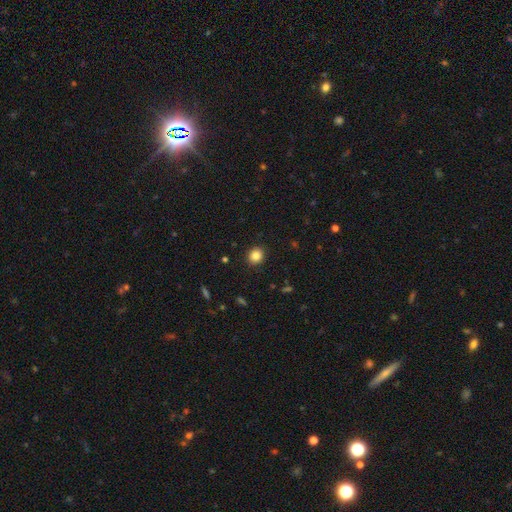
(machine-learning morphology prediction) A smooth galaxy with no disk features (85%) that is round (83%). Merging: none (91%).